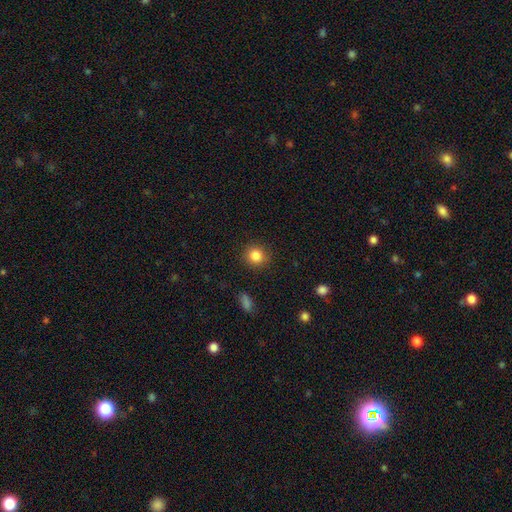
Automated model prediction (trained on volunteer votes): Smooth or featured: smooth — 84% (star or artifact — 10%)
How rounded: round — 89% (in between — 10%)
Merging: none — 88% (minor disturbance — 8%)